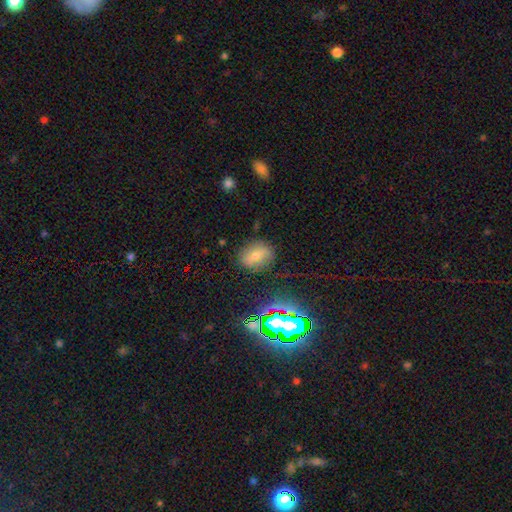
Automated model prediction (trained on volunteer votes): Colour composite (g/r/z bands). It shows a smooth galaxy with no disk features (55%) that is in between round and cigar-shaped (69%). Merging: none (81%).